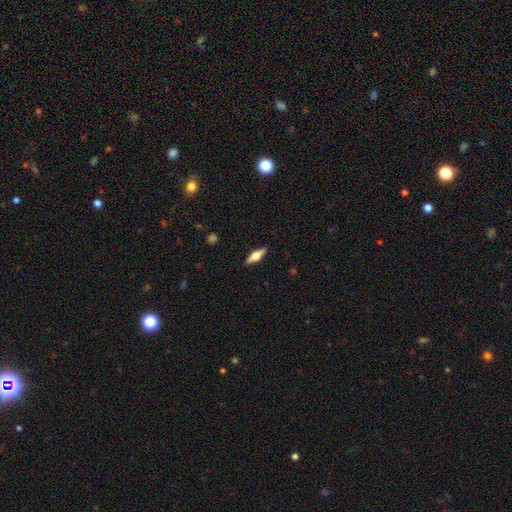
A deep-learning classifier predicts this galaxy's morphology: A featured or disk galaxy (57%) viewed edge-on (95%) with a rounded central bulge (93%). Merging: none (89%).